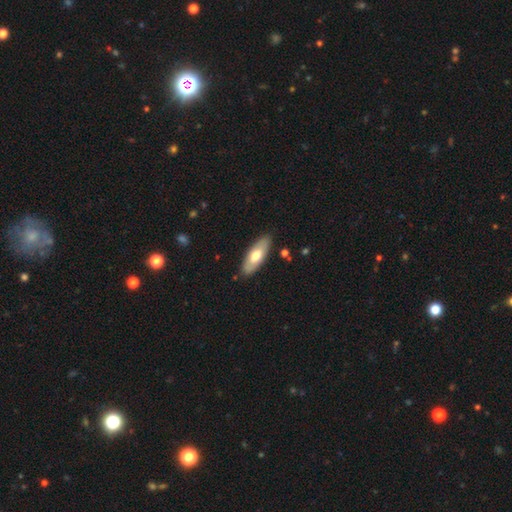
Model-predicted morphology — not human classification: Smooth or featured? Predicted: smooth (p=0.62). How rounded? Predicted: in between (p=0.73). Merging? Predicted: none (p=0.87).